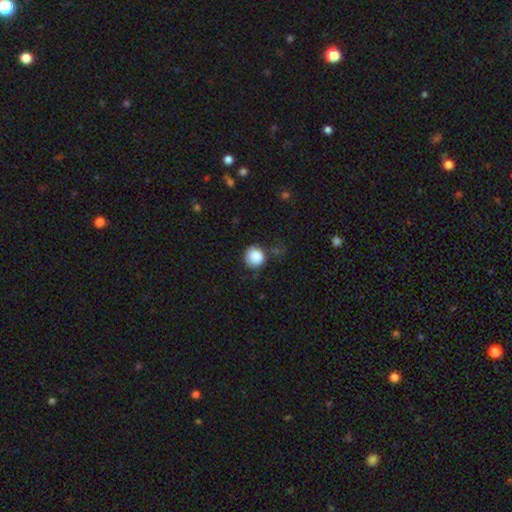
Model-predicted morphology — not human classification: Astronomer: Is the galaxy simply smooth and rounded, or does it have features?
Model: smooth — 85%.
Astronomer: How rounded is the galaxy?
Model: round — 87%.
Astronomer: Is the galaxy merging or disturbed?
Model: none — 67%.